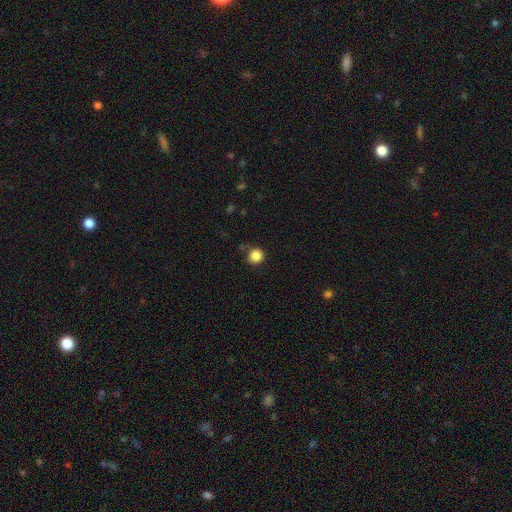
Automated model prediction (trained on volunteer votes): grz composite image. It shows a smooth galaxy with no disk features (86%) that is round (92%). Merging: none (79%).